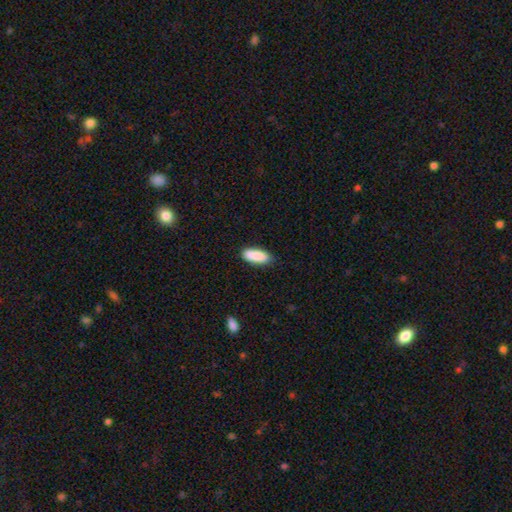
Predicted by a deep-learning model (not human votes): Smooth or featured: smooth — 90% (star or artifact — 6%)
How rounded: in between — 78% (cigar-shaped — 20%)
Merging: none — 85% (minor disturbance — 12%)